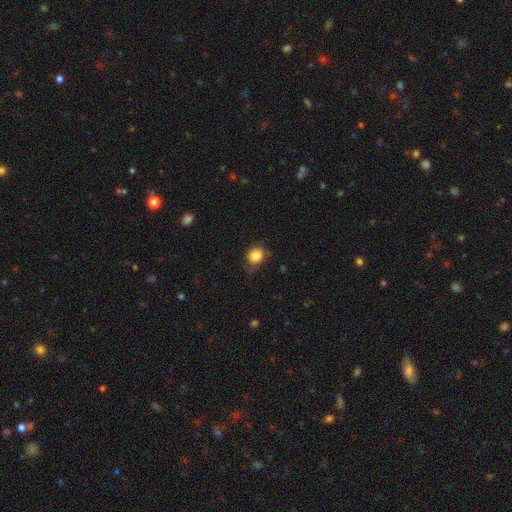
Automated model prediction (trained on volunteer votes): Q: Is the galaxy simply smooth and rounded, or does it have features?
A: smooth — 84%.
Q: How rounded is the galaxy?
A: round — 79%.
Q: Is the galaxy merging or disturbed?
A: none — 71%.